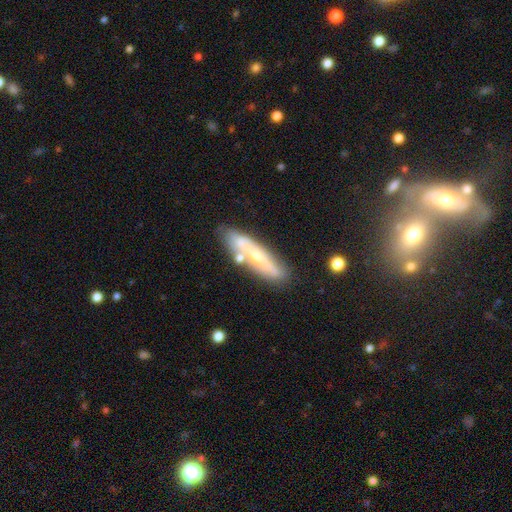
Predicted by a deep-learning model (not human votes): This is possibly a featured or disk galaxy (58%). It is likely viewed edge-on (65%). Merging: likely none (71%).